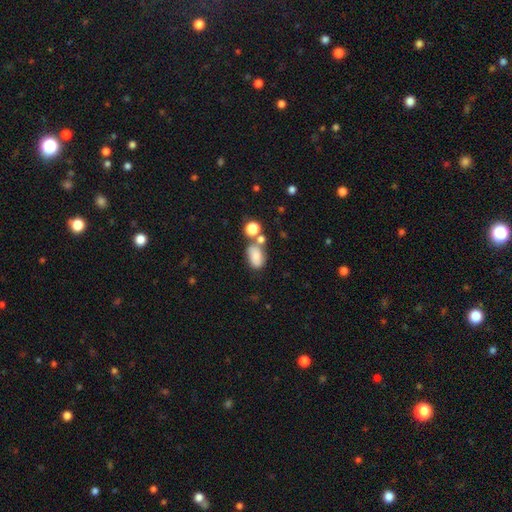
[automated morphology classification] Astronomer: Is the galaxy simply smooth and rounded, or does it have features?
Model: smooth — 75%.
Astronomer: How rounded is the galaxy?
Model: in between — 85%.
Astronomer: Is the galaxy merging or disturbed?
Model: none — 50%.